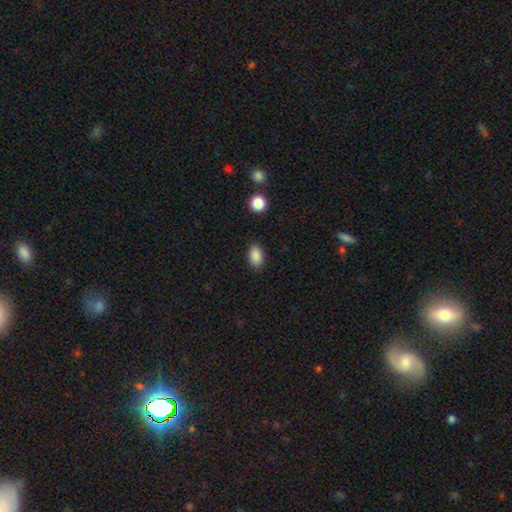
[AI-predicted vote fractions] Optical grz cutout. It shows a smooth galaxy with no disk features (88%) that is in between round and cigar-shaped (85%). Merging: none (86%).